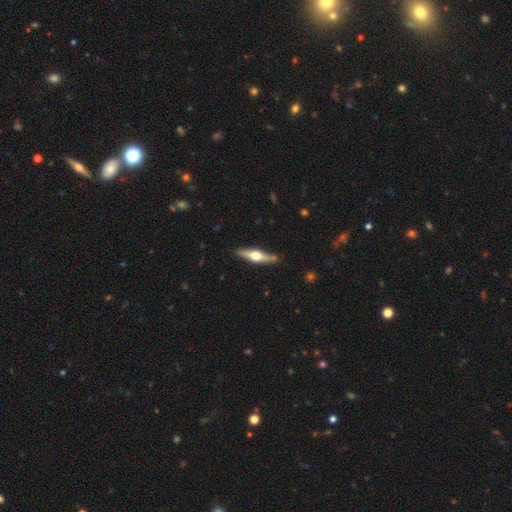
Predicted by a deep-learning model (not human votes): Smooth or featured: featured or disk — 62% (smooth — 33%)
Edge-on disk: yes — 95% (no — 5%)
Edge-on bulge: rounded — 94% (boxy — 4%)
Merging: none — 85% (minor disturbance — 10%)